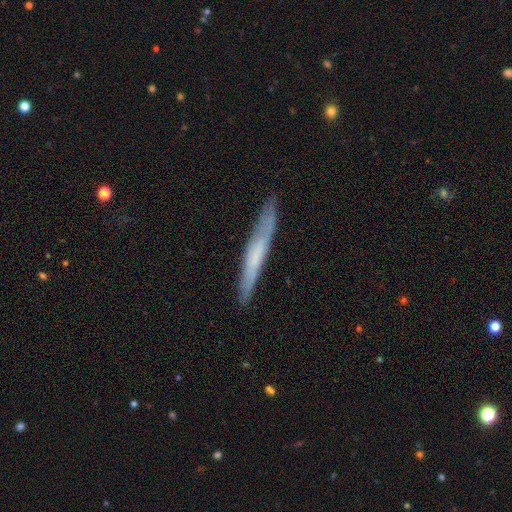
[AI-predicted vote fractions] smooth-or-featured: smooth: 47% | featured or disk: 46% | star or artifact: 7%
  merging: none: 85% | minor disturbance: 12% | major disturbance: 2% | merger: 1%